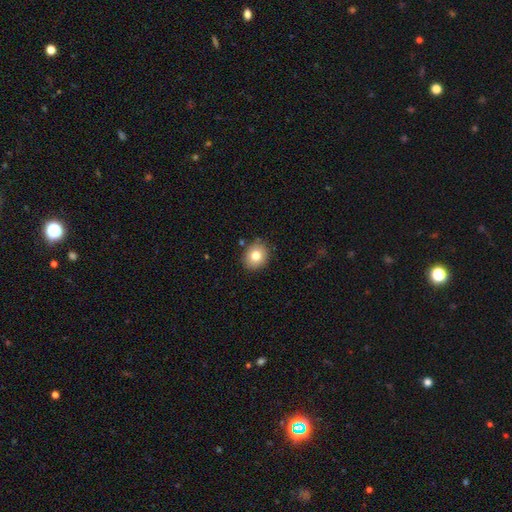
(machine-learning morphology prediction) Overall: smooth (79%). How rounded: round (72%). Merging: none (87%).